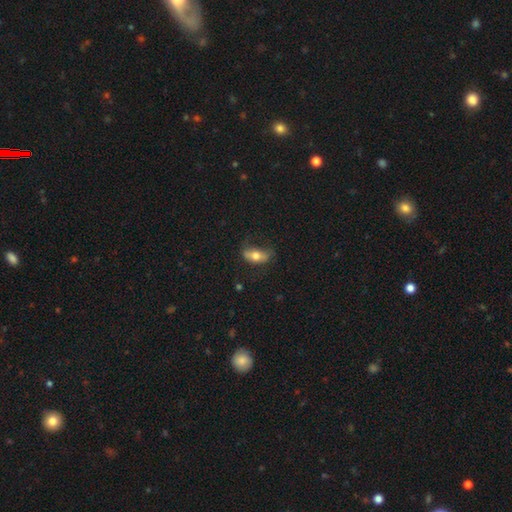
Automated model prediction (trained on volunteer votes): Overall: smooth (62%; featured or disk 30%). How rounded: in between (79%). Merging: none (56%; minor disturbance 27%).